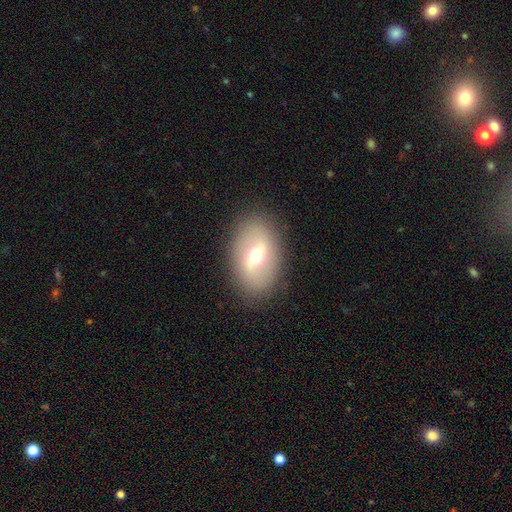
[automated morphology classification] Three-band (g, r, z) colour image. It shows a featured or disk galaxy (49%). Merging: none (87%).